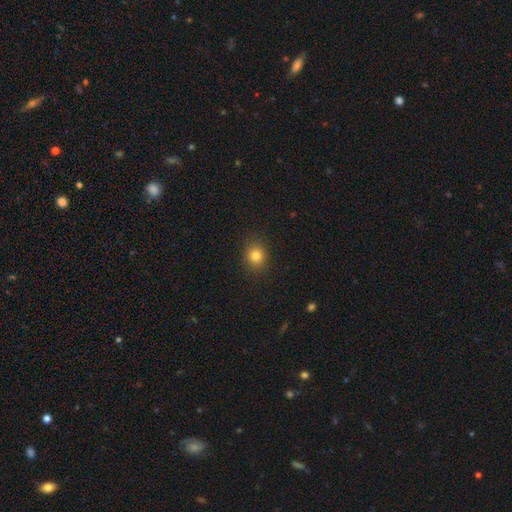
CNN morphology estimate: Overall: smooth (81%). How rounded: round (77%). Merging: none (89%).